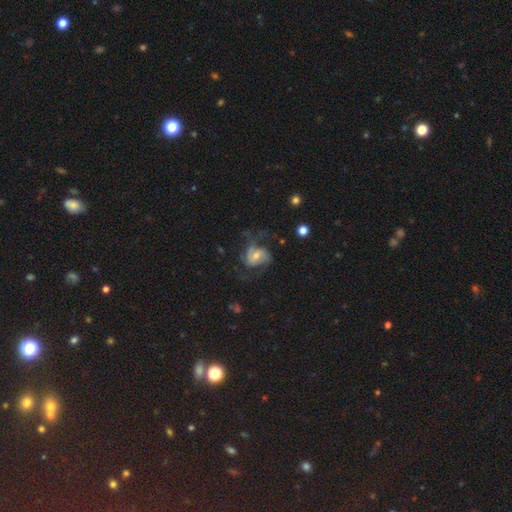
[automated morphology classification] Smooth or featured? featured or disk (75%)
Edge-on disk? no (98%)
Bar? no (50%)
Spiral arms? yes (92%)
Spiral winding? medium (47%)
Spiral arm count? 2 (62%)
Bulge size? moderate (54%)
Merging? none (50%)